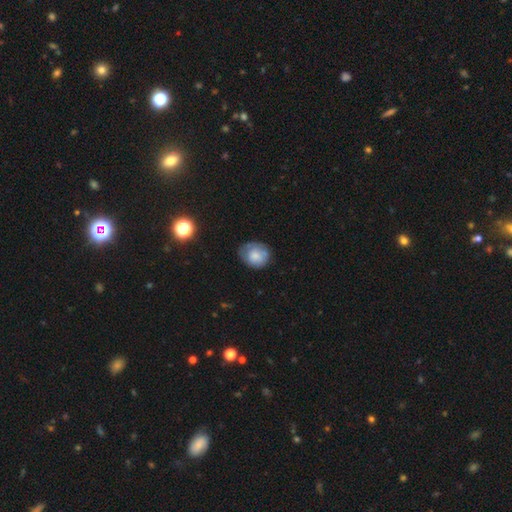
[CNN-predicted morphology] Overall: smooth (71%). How rounded: round (64%; in between 35%). Merging: none (58%; minor disturbance 30%).